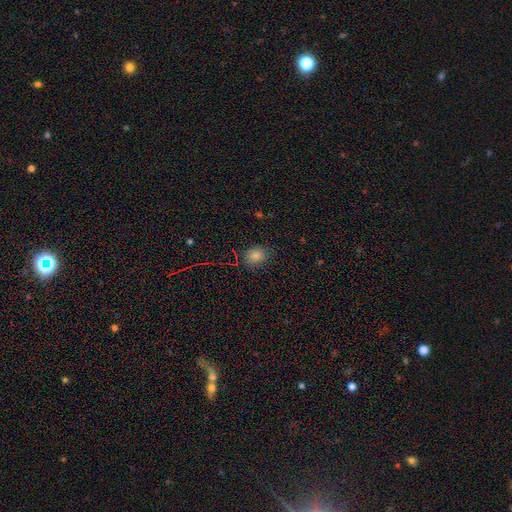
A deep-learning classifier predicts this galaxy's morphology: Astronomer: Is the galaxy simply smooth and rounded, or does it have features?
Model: smooth — 77%.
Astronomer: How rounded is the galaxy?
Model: round — 55% (runner-up: in between, 44%).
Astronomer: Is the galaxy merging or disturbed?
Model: none — 81%.